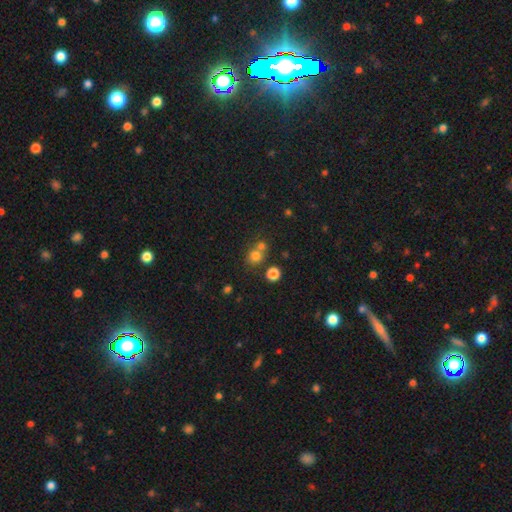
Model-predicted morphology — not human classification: The model was most divided on "merging": none: 53%, merger: 36%, minor disturbance: 8%, major disturbance: 3%. More confident: how rounded — round (83%); smooth or featured — smooth (74%).